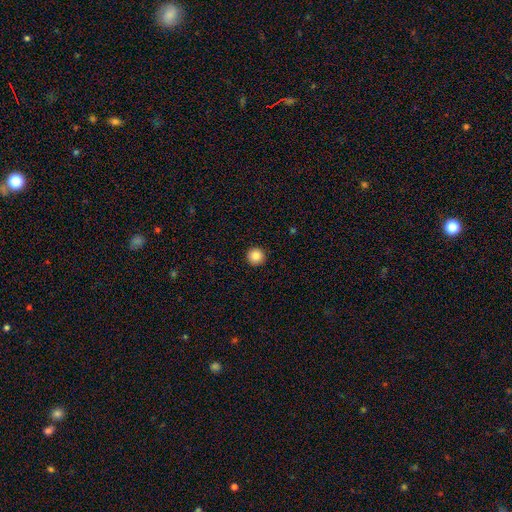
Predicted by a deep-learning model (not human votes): smooth_or_featured: smooth (p=0.85) [alt: star or artifact p=0.10]
how_rounded: round (p=0.96) [alt: in between p=0.03]
merging: none (p=0.93) [alt: minor disturbance p=0.04]